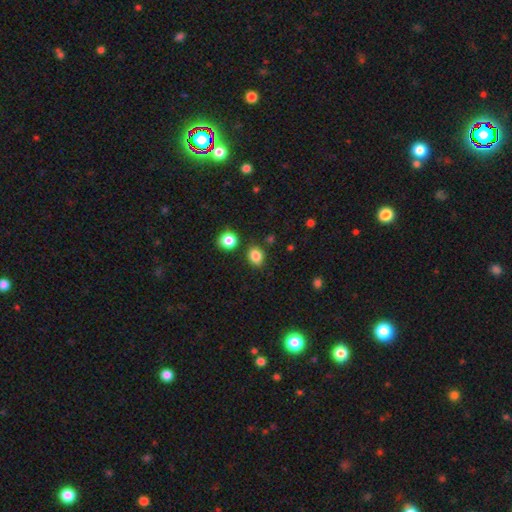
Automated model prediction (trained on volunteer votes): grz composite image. It shows a smooth galaxy with no disk features (84%) that is round (56%). Merging: none (82%).